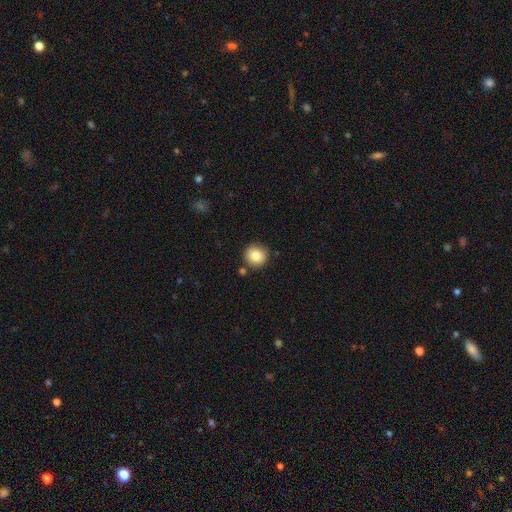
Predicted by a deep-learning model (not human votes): Morphology: type=smooth (82%); roundness=round (93%); merging=none (85%).